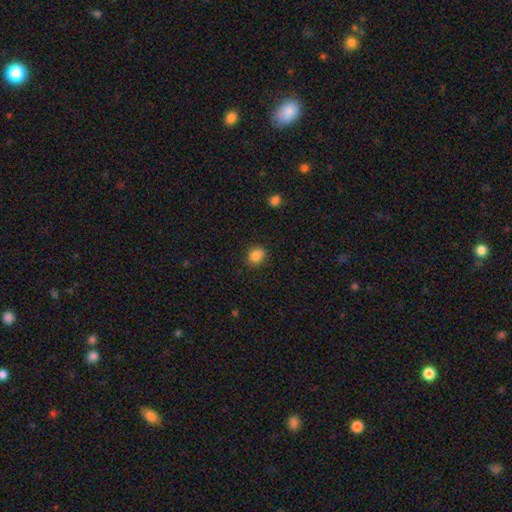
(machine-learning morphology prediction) A smooth galaxy with no disk features (85%) that is round (67%).

Vote fractions:
- Smooth or featured? smooth: 85% / star or artifact: 10% / featured or disk: 5%
- How rounded? round: 67% / in between: 32% / cigar-shaped: 1%
- Merging? none: 84% / minor disturbance: 12% / major disturbance: 3% / merger: 1%